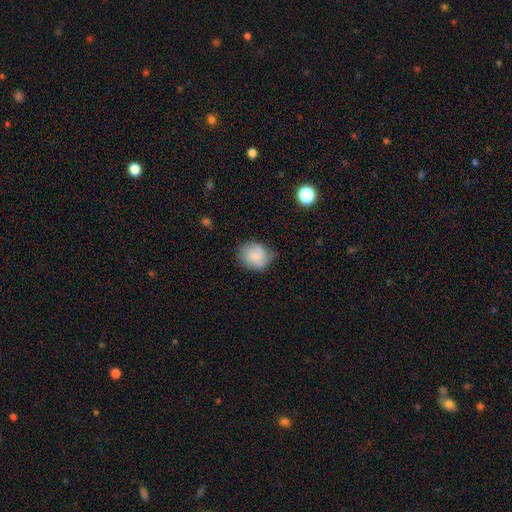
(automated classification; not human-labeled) A smooth galaxy with no disk features (76%) that is round (66%).

Vote fractions:
- Smooth or featured? smooth: 76% / featured or disk: 16% / star or artifact: 8%
- How rounded? round: 66% / in between: 33% / cigar-shaped: 1%
- Merging? none: 61% / minor disturbance: 30% / major disturbance: 7% / merger: 2%